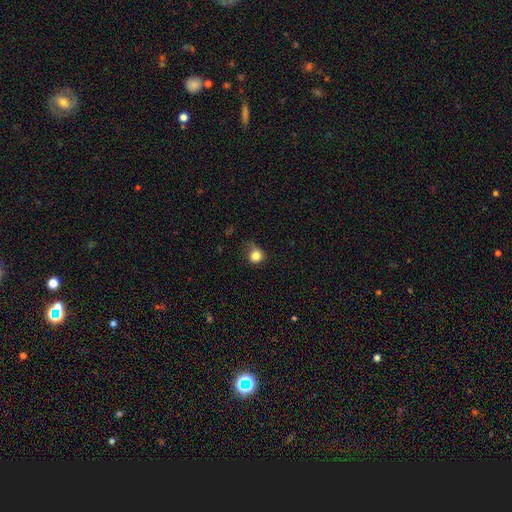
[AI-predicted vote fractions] Smooth or featured? Predicted: smooth (p=0.81). How rounded? Predicted: round (p=0.83). Merging? Predicted: none (p=0.48).